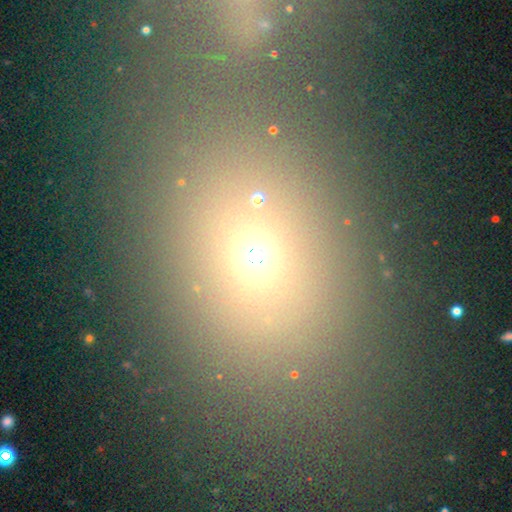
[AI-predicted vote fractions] smooth_or_featured: smooth (p=0.62) [alt: star or artifact p=0.26]
how_rounded: in between (p=0.55) [alt: round p=0.42]
merging: none (p=0.74) [alt: minor disturbance p=0.12]